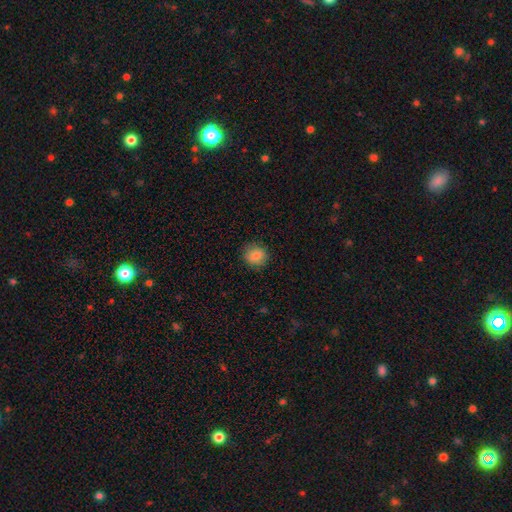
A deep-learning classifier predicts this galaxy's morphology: Smooth or featured: smooth — 84% (star or artifact — 9%)
How rounded: round — 84% (in between — 15%)
Merging: none — 87% (minor disturbance — 9%)